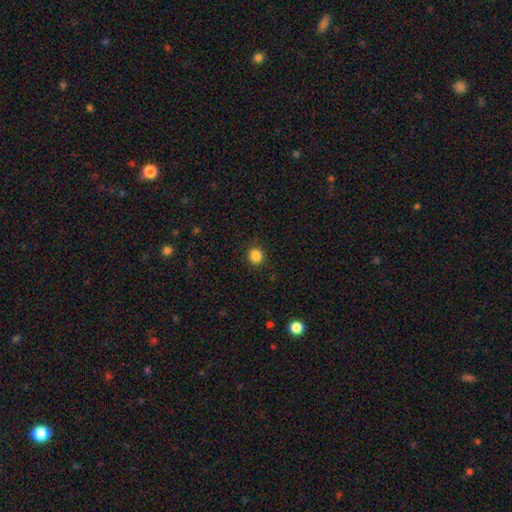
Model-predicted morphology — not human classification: Smooth or featured?
  - smooth: 86% *
  - star or artifact: 11%
  - featured or disk: 3%
How rounded?
  - round: 91% *
  - in between: 8%
  - cigar-shaped: 1%
Merging?
  - none: 90% *
  - minor disturbance: 7%
  - major disturbance: 2%
  - merger: 1%